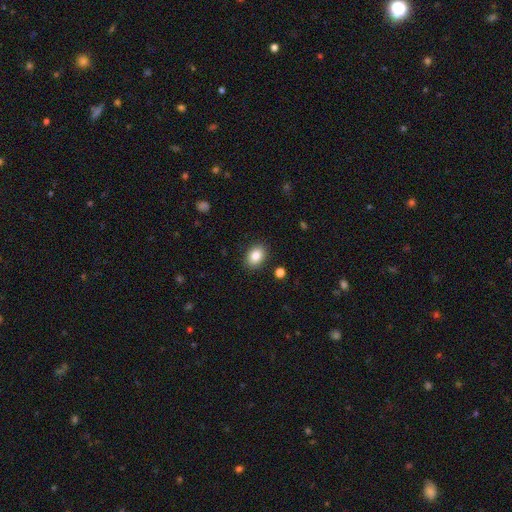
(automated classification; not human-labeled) Overall: smooth (85%). How rounded: in between (71%). Merging: none (89%).